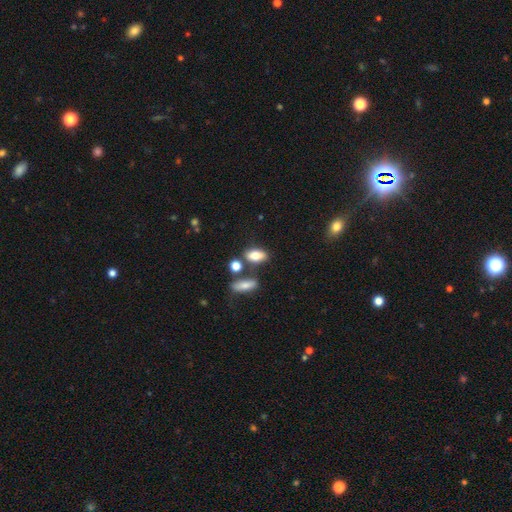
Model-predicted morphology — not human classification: This is likely a smooth galaxy (77%). How rounded: clearly in between (83%). Merging: likely none (63%).